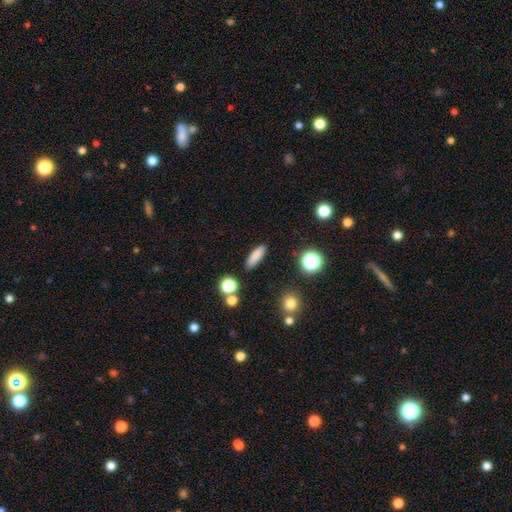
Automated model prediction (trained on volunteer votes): Q: Smooth or featured?
A: smooth (82%); runner-up: star or artifact (10%)
Q: How rounded?
A: cigar-shaped (50%); runner-up: in between (45%)
Q: Merging?
A: none (88%); runner-up: minor disturbance (7%)